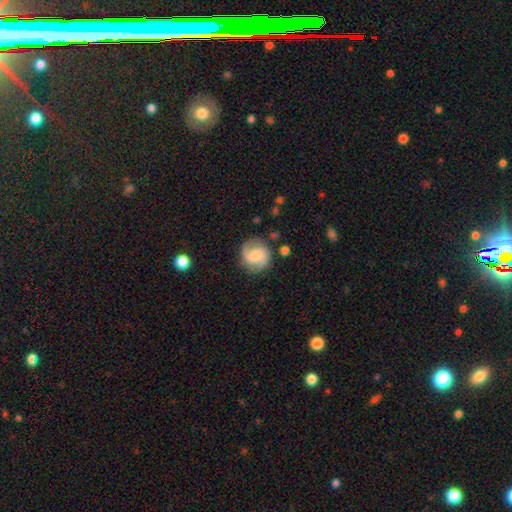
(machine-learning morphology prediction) Q: Smooth or featured?
A: featured or disk (60%); runner-up: smooth (32%)
Q: Edge-on disk?
A: no (98%); runner-up: yes (2%)
Q: Bar?
A: no (46%); runner-up: weak (43%)
Q: Spiral arms?
A: yes (92%); runner-up: no (8%)
Q: Spiral winding?
A: medium (47%); runner-up: loose (31%)
Q: Spiral arm count?
A: 2 (81%); runner-up: can't tell (7%)
Q: Bulge size?
A: small (40%); runner-up: moderate (36%)
Q: Merging?
A: none (79%); runner-up: minor disturbance (13%)